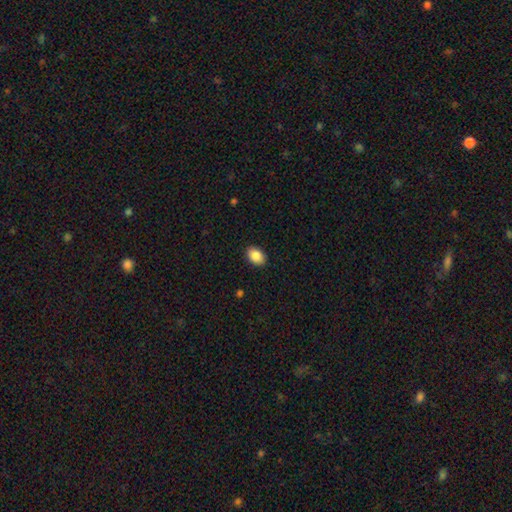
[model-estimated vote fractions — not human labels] smooth_or_featured: smooth (p=0.88) [alt: star or artifact p=0.08]
how_rounded: in between (p=0.82) [alt: round p=0.17]
merging: none (p=0.90) [alt: minor disturbance p=0.07]